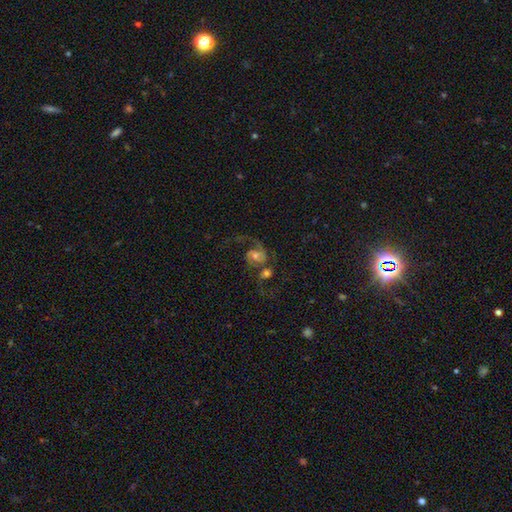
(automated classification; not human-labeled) Smooth or featured? Predicted: featured or disk (p=0.73). Edge-on disk? Predicted: no (p=0.98). Bar? Predicted: no (p=0.58). Spiral arms? Predicted: yes (p=0.91). Spiral winding? Predicted: loose (p=0.54). Spiral arm count? Predicted: 2 (p=0.70). Bulge size? Predicted: moderate (p=0.57). Merging? Predicted: merger (p=0.39).